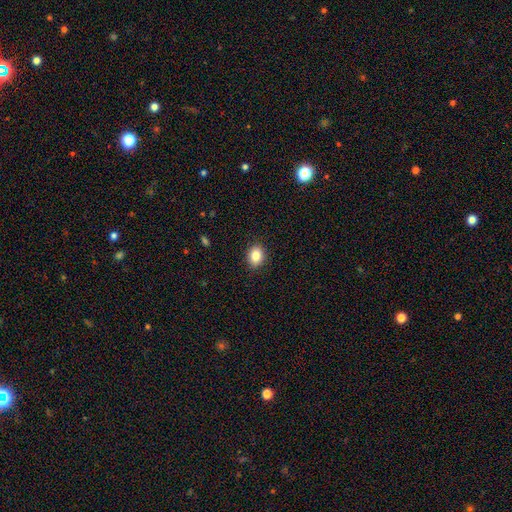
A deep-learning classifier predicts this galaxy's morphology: Smooth or featured? Predicted: smooth (p=0.84). How rounded? Predicted: in between (p=0.59). Merging? Predicted: none (p=0.89).